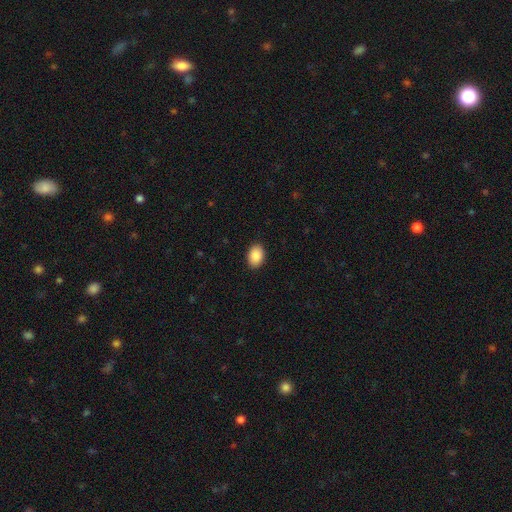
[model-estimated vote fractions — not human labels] Smooth or featured? smooth (90%)
How rounded? in between (84%)
Merging? none (90%)